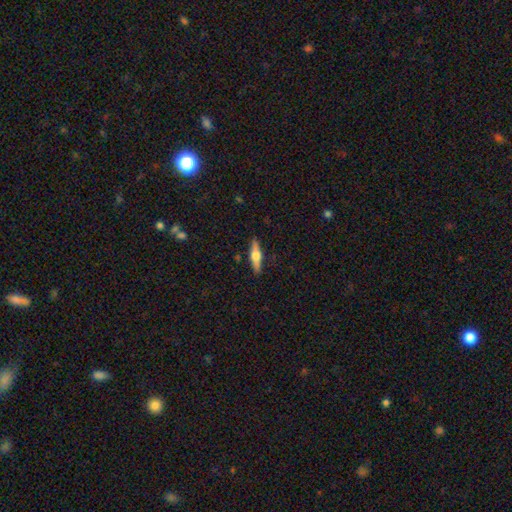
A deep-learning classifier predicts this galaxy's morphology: This is possibly a featured or disk galaxy (59%). It is clearly viewed edge-on (96%). Edge-on bulge: clearly rounded (94%). Merging: clearly none (90%).